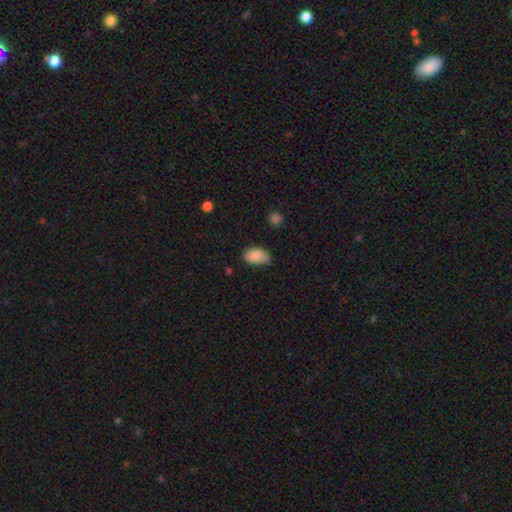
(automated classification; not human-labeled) This is clearly a smooth galaxy (88%). How rounded: clearly in between (92%). Merging: likely none (69%).